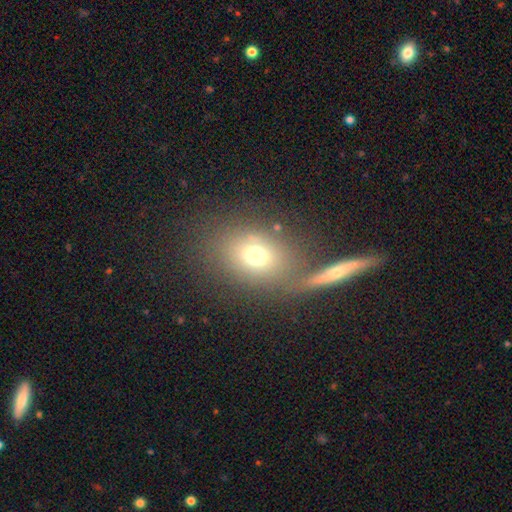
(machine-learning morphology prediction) smooth_or_featured: smooth (p=0.70) [alt: featured or disk p=0.18]
how_rounded: in between (p=0.61) [alt: round p=0.37]
merging: none (p=0.57) [alt: merger p=0.22]